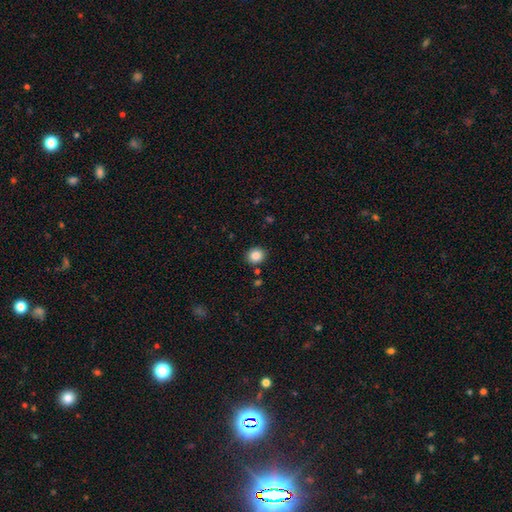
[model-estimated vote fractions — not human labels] A smooth galaxy with no disk features (86%) that is round (77%). Merging: none (88%).